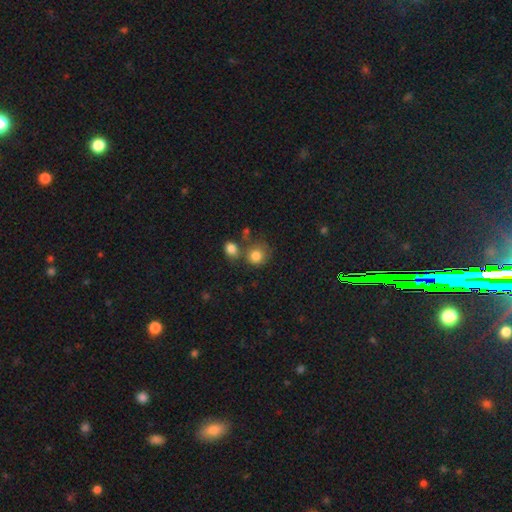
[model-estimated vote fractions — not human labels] Smooth or featured? smooth (82%)
How rounded? round (82%)
Merging? none (56%)